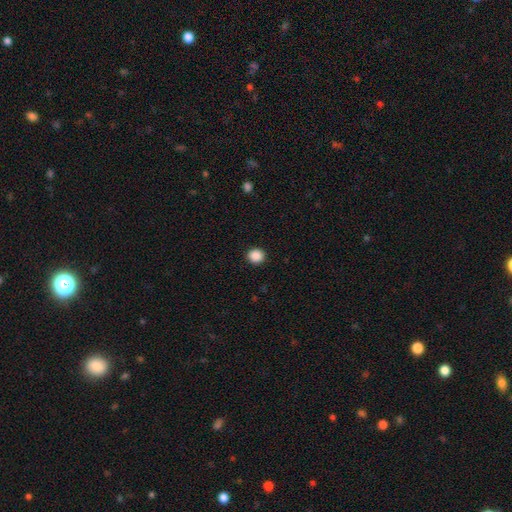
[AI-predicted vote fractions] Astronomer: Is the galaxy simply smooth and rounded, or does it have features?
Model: smooth — 89%.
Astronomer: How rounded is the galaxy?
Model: round — 85%.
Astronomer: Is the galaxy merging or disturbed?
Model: none — 92%.